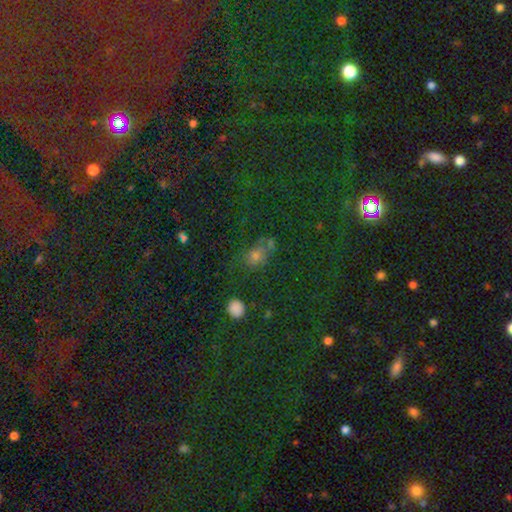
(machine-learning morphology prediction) smooth_or_featured: smooth (p=0.58) [alt: star or artifact p=0.31]
how_rounded: in between (p=0.49) [alt: round p=0.48]
merging: none (p=0.54) [alt: minor disturbance p=0.19]